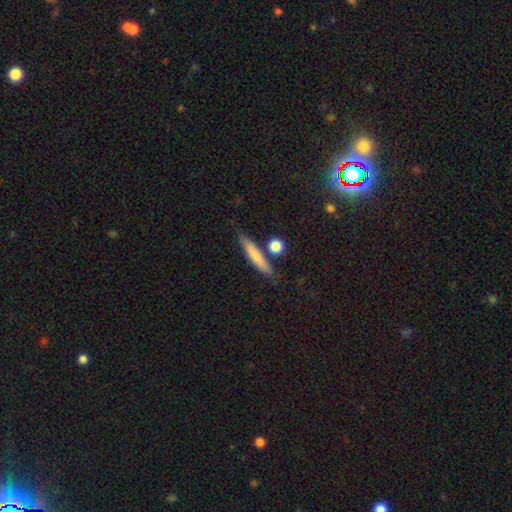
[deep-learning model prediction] Smooth or featured? smooth (73%)
How rounded? cigar-shaped (86%)
Merging? none (78%)